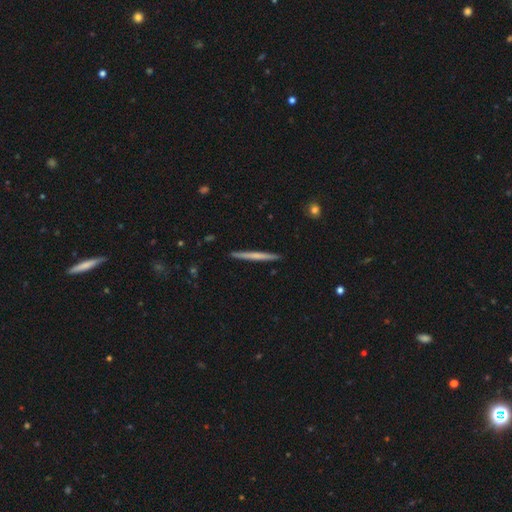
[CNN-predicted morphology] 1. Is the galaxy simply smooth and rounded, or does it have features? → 49% smooth, 46% featured or disk, 5% star or artifact.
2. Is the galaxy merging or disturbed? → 92% none, 6% minor disturbance, 1% major disturbance, 1% merger.